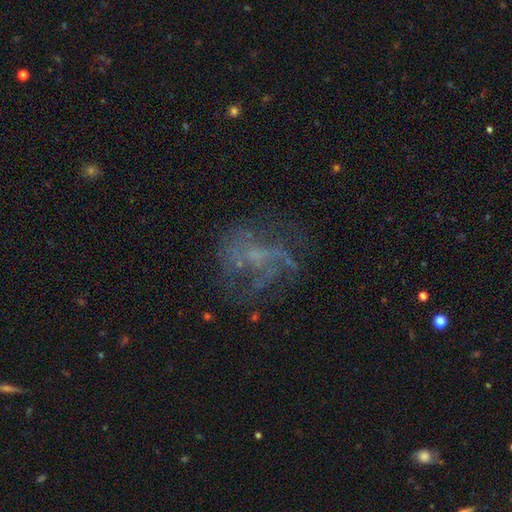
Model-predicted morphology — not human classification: Overall: featured or disk (64%). Edge-on disk: no (98%). Bar: no (73%). Spiral arms: yes (65%; no 35%). Bulge size: none (52%; small 34%). Merging: none (54%; major disturbance 27%).